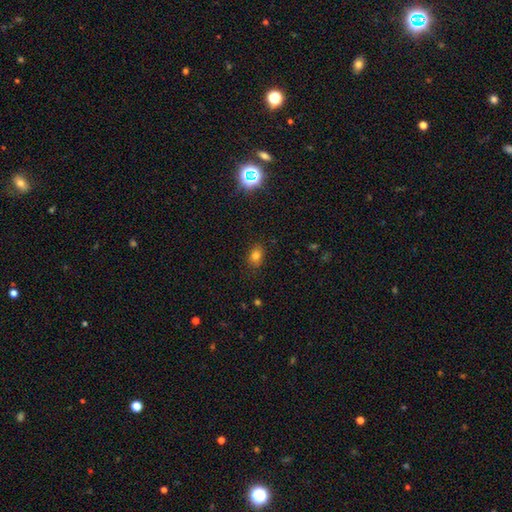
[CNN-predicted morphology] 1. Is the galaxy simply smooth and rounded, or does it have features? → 77% smooth, 15% star or artifact, 7% featured or disk.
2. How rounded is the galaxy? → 64% in between, 34% round, 1% cigar-shaped.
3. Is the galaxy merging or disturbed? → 83% none, 12% minor disturbance, 3% major disturbance, 1% merger.